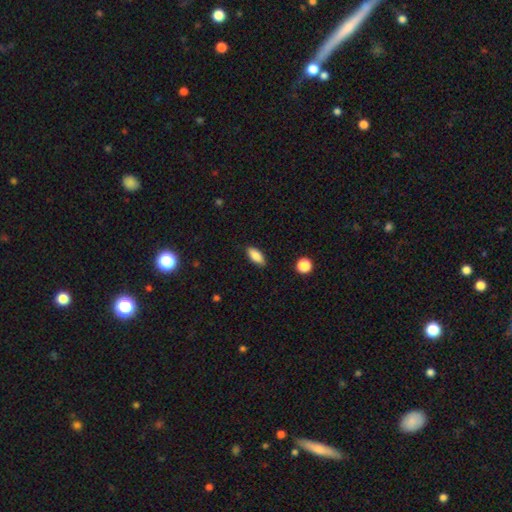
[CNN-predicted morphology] Smooth or featured: smooth — 86% (star or artifact — 7%)
How rounded: in between — 86% (cigar-shaped — 11%)
Merging: none — 86% (minor disturbance — 11%)